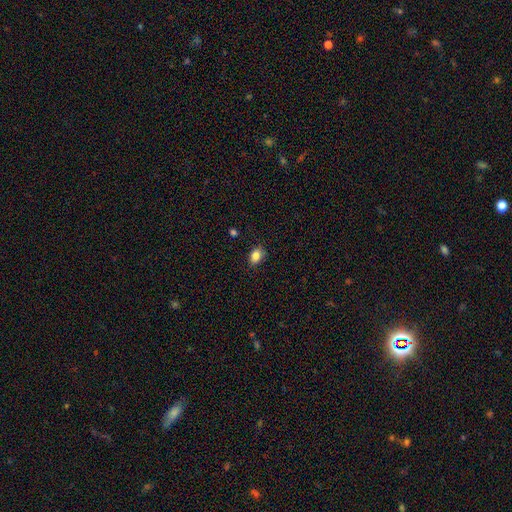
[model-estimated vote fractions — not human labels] This appears to be a smooth galaxy with no disk features (85%) that is in between round and cigar-shaped (72%). Merging: none (85%).